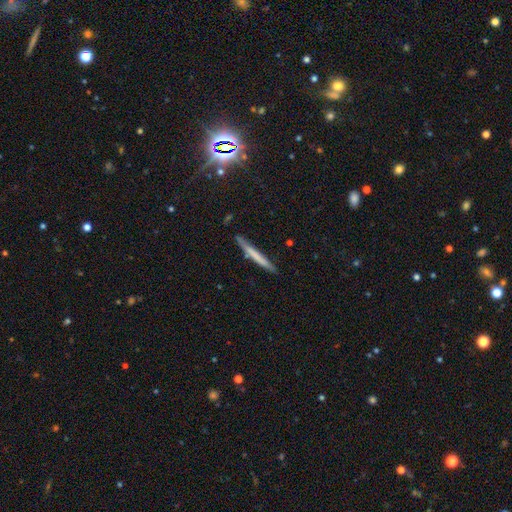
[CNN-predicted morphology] This appears to be a smooth galaxy with no disk features (58%) that is cigar-shaped (97%). Merging: none (85%).